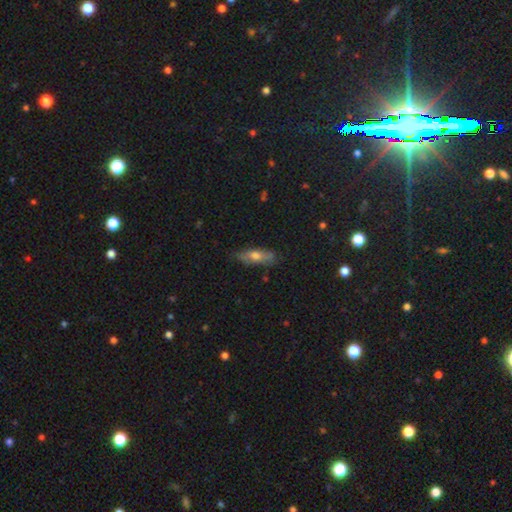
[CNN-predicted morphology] Smooth or featured? smooth (57%)
How rounded? in between (54%)
Merging? none (72%)